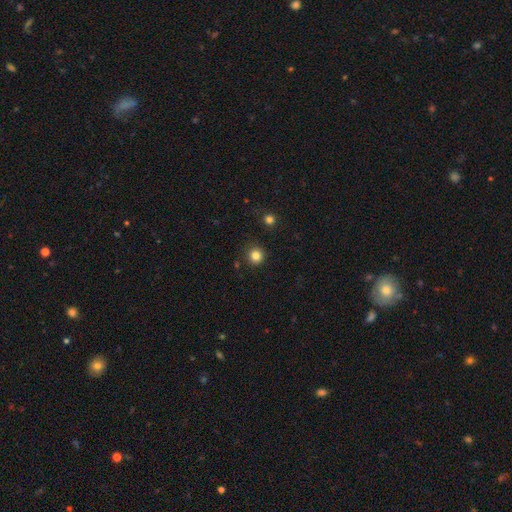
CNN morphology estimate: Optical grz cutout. It shows a smooth galaxy with no disk features (83%) that is round (95%). Merging: none (90%).